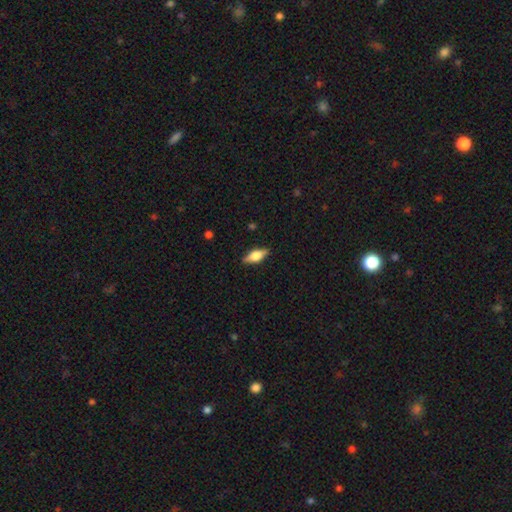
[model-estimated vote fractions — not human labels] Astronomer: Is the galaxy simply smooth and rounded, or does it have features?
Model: smooth — 54% (runner-up: featured or disk, 39%).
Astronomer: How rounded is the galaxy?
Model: in between — 72%.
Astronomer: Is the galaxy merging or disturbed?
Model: none — 87%.